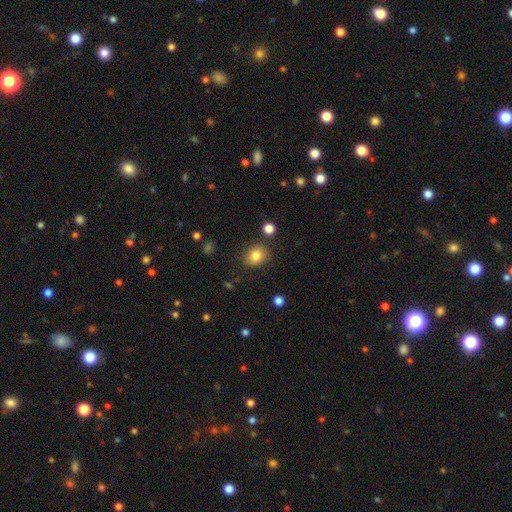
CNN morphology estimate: smooth 83%, star or artifact 10%, featured or disk 7%. Down the decision tree: how rounded — round (60%); merging — none (83%).